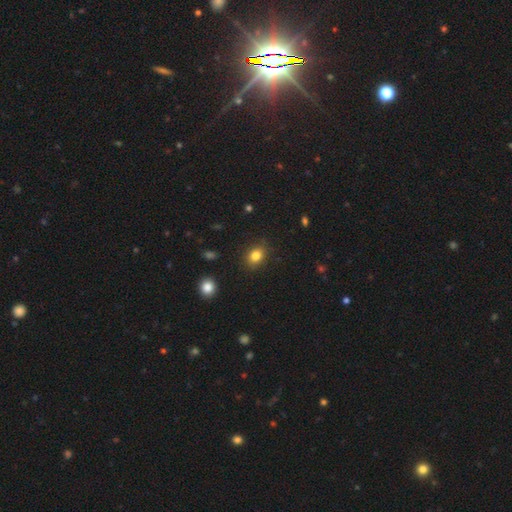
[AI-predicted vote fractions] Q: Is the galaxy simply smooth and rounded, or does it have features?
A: smooth — 83%.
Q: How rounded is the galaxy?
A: in between — 54%.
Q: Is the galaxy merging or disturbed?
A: none — 85%.